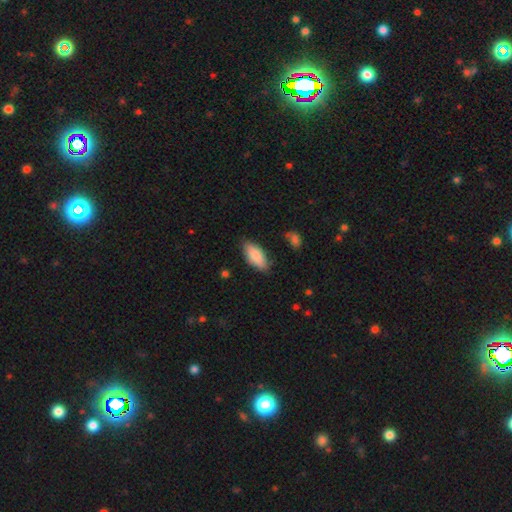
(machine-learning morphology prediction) A smooth galaxy with no disk features (86%) that is in between round and cigar-shaped (86%).

Vote fractions:
- Smooth or featured? smooth: 86% / featured or disk: 8% / star or artifact: 6%
- How rounded? in between: 86% / cigar-shaped: 12% / round: 2%
- Merging? none: 78% / minor disturbance: 17% / major disturbance: 3% / merger: 2%